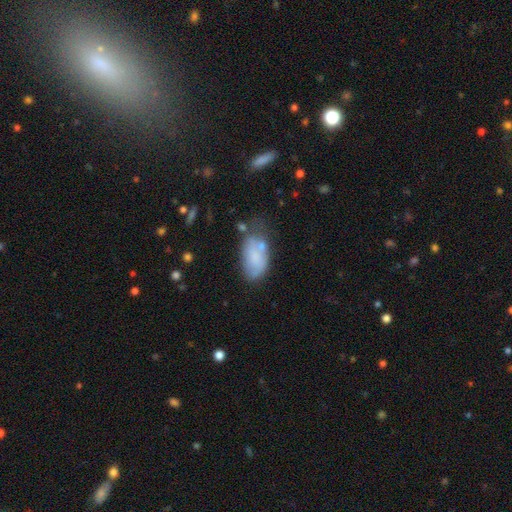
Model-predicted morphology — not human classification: Overall: smooth (70%). How rounded: in between (93%). Merging: none (42%; minor disturbance 30%).